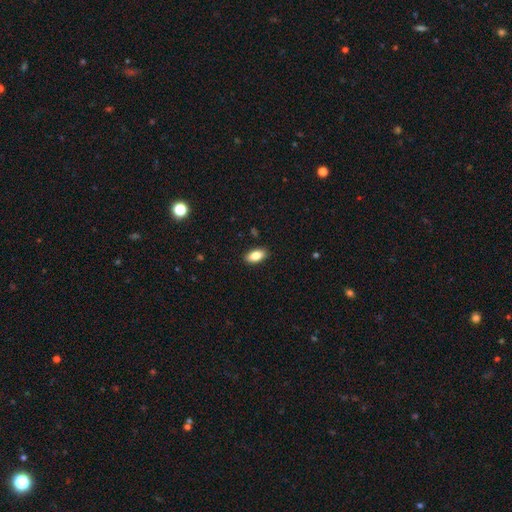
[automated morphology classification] smooth-or-featured: smooth: 85% | featured or disk: 7% | star or artifact: 7%
  how-rounded: in between: 91% | cigar-shaped: 5% | round: 4%
  merging: none: 89% | minor disturbance: 8% | major disturbance: 2% | merger: 1%